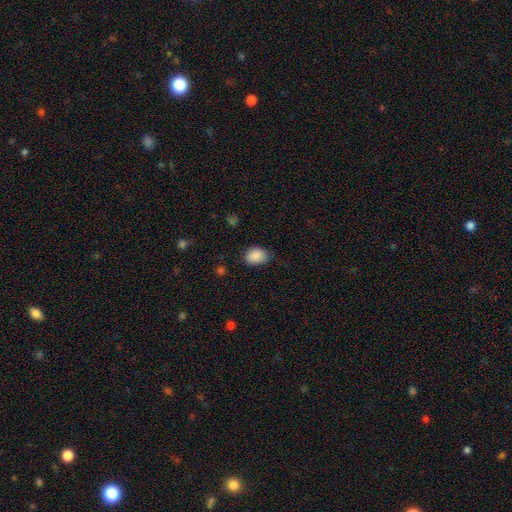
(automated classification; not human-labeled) smooth-or-featured: smooth: 88% | star or artifact: 8% | featured or disk: 3%
  how-rounded: in between: 69% | round: 30% | cigar-shaped: 1%
  merging: none: 72% | minor disturbance: 23% | major disturbance: 4% | merger: 1%